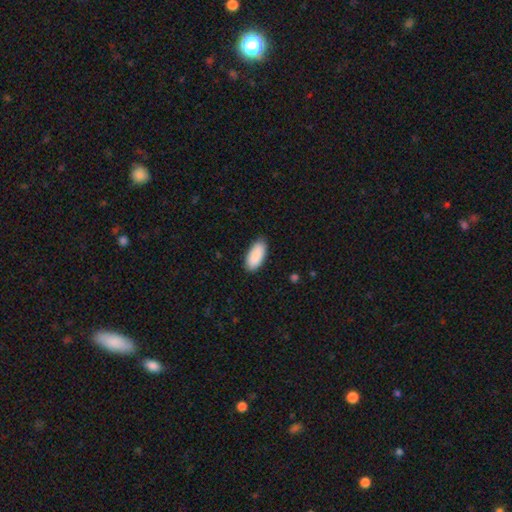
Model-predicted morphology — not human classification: smooth_or_featured: smooth (p=0.91) [alt: star or artifact p=0.06]
how_rounded: in between (p=0.92) [alt: cigar-shaped p=0.07]
merging: none (p=0.87) [alt: minor disturbance p=0.10]